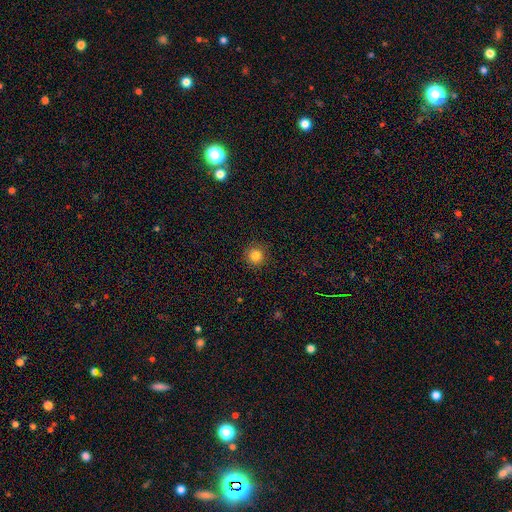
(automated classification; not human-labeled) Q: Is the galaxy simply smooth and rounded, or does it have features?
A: smooth — 83%.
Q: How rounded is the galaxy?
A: round — 95%.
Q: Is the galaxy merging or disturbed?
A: none — 91%.